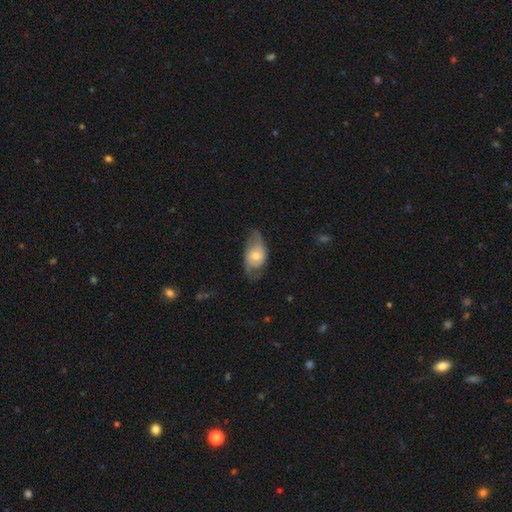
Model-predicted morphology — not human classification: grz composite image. It shows a featured or disk galaxy (48%). Merging: none (55%).